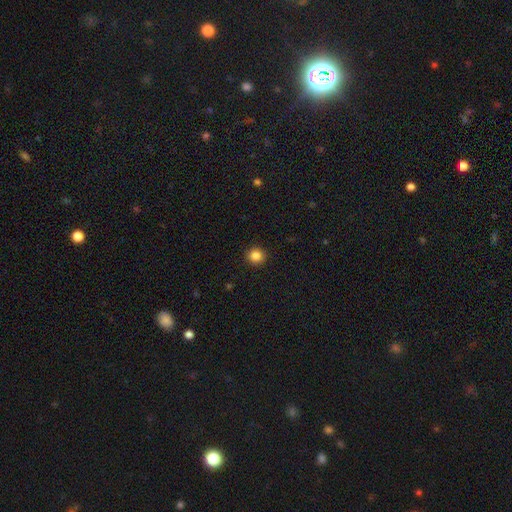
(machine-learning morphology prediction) A smooth galaxy with no disk features (85%) that is round (93%).

Vote fractions:
- Smooth or featured? smooth: 85% / star or artifact: 11% / featured or disk: 4%
- How rounded? round: 93% / in between: 6% / cigar-shaped: 1%
- Merging? none: 93% / minor disturbance: 5% / major disturbance: 2% / merger: 1%